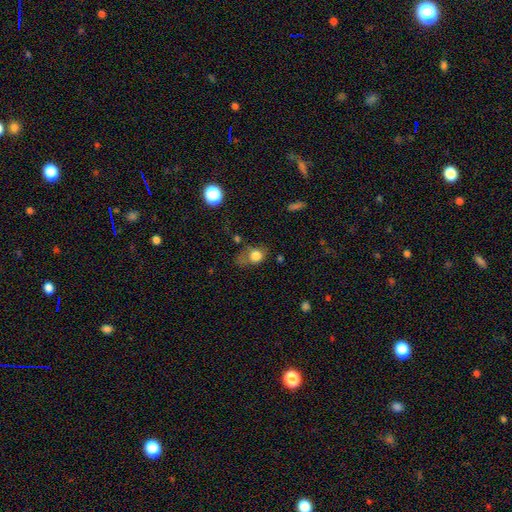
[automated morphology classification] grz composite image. It shows a smooth galaxy with no disk features (77%) that is round (54%). Merging: none (36%).